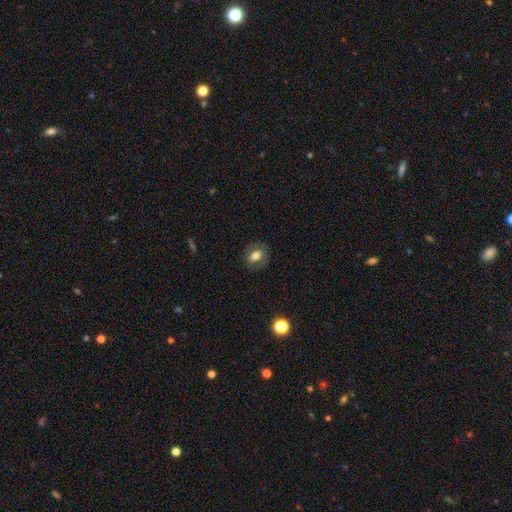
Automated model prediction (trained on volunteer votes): The model was most divided on "how rounded": in between: 60%, round: 38%, cigar-shaped: 2%. More confident: merging — none (82%); smooth or featured — smooth (63%).